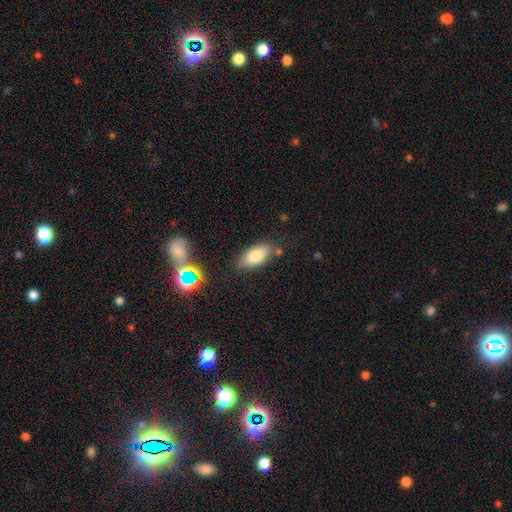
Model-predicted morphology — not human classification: A smooth galaxy with no disk features (81%) that is in between round and cigar-shaped (88%).

Vote fractions:
- Smooth or featured? smooth: 81% / featured or disk: 11% / star or artifact: 9%
- How rounded? in between: 88% / cigar-shaped: 8% / round: 3%
- Merging? none: 78% / minor disturbance: 14% / merger: 4% / major disturbance: 4%